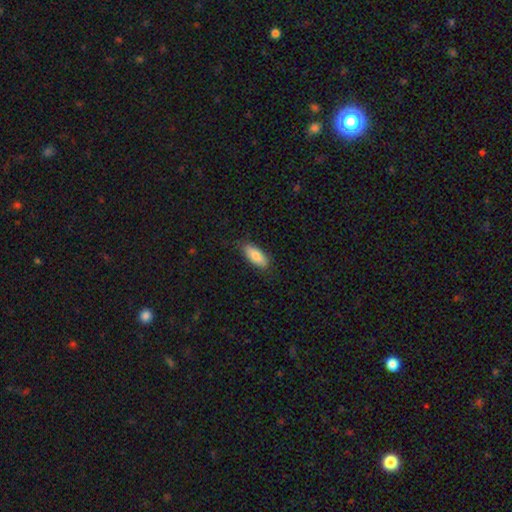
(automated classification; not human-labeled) smooth-or-featured: smooth: 85% | featured or disk: 9% | star or artifact: 6%
  how-rounded: in between: 81% | cigar-shaped: 17% | round: 2%
  merging: none: 83% | minor disturbance: 13% | major disturbance: 3% | merger: 1%